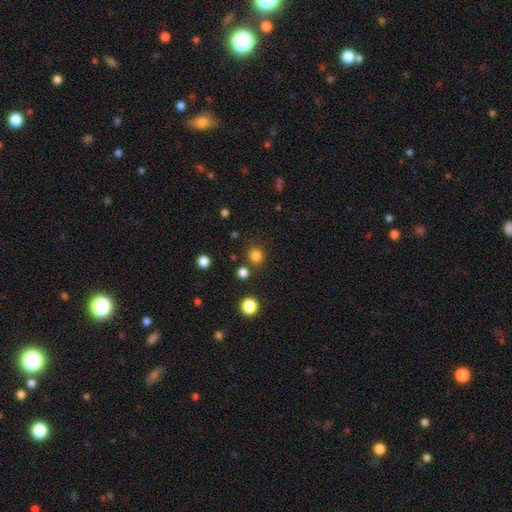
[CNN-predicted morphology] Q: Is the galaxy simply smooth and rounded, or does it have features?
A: smooth — 81%.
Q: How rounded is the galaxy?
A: round — 89%.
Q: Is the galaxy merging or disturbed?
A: none — 83%.